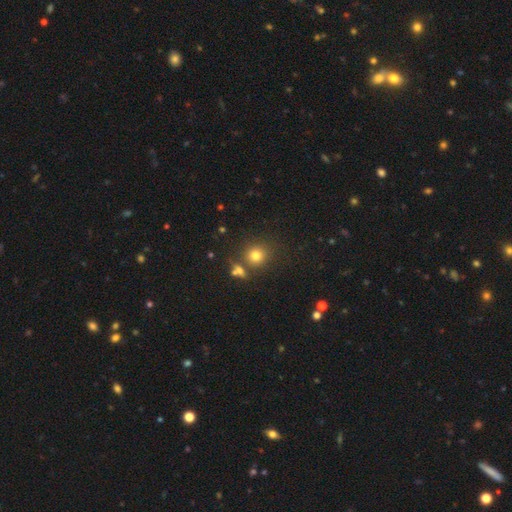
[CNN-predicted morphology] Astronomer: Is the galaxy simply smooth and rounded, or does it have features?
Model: smooth — 78%.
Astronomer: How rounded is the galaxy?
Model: round — 88%.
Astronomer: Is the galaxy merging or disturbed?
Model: none — 73%.